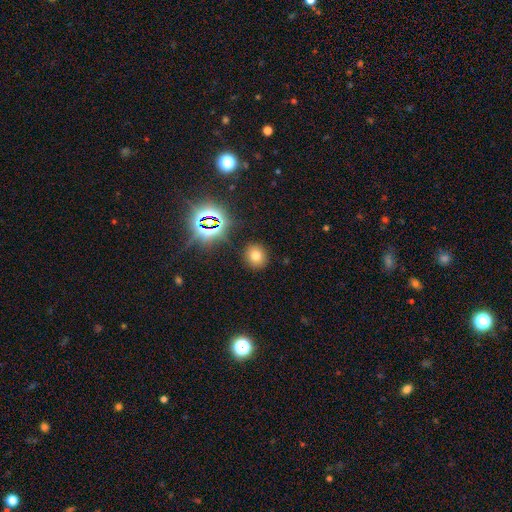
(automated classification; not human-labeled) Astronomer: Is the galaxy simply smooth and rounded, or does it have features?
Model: smooth — 70%.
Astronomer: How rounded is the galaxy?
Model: round — 83%.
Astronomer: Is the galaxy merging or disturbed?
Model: none — 89%.